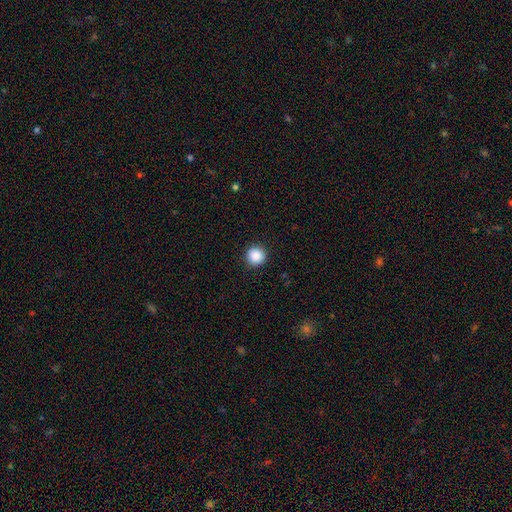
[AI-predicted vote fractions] The model was most divided on "smooth or featured": smooth: 88%, star or artifact: 9%, featured or disk: 3%. More confident: how rounded — round (95%); merging — none (92%).